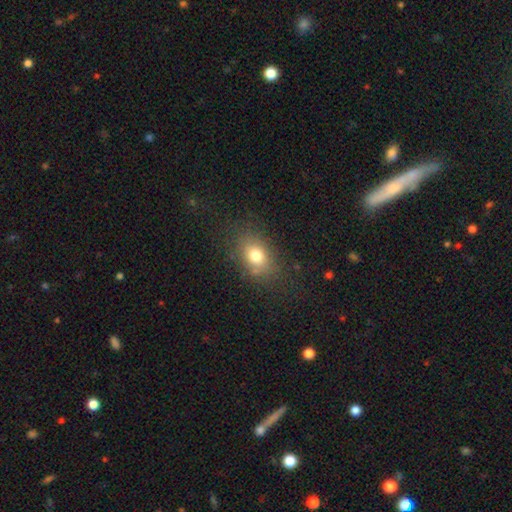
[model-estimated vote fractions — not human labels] The model was most divided on "how rounded": in between: 68%, round: 30%, cigar-shaped: 2%. More confident: merging — none (78%); smooth or featured — smooth (77%).